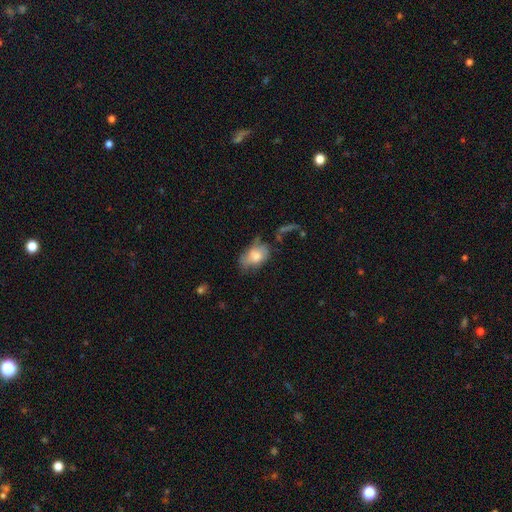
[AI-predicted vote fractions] A smooth galaxy with no disk features (65%) that is in between round and cigar-shaped (86%).

Vote fractions:
- Smooth or featured? smooth: 65% / featured or disk: 27% / star or artifact: 8%
- How rounded? in between: 86% / round: 13% / cigar-shaped: 2%
- Merging? none: 40% / minor disturbance: 31% / major disturbance: 23% / merger: 6%